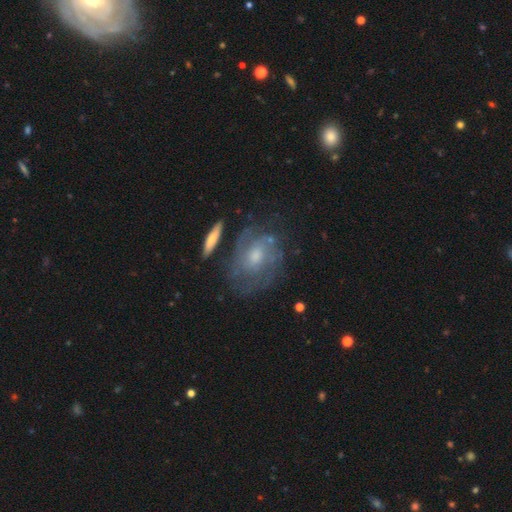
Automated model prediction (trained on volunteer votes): featured or disk 69%, smooth 23%, star or artifact 8%. Down the decision tree: edge-on disk — no (94%); bar — no (68%); spiral arms — yes (77%); bulge size — moderate (49%); merging — none (61%).